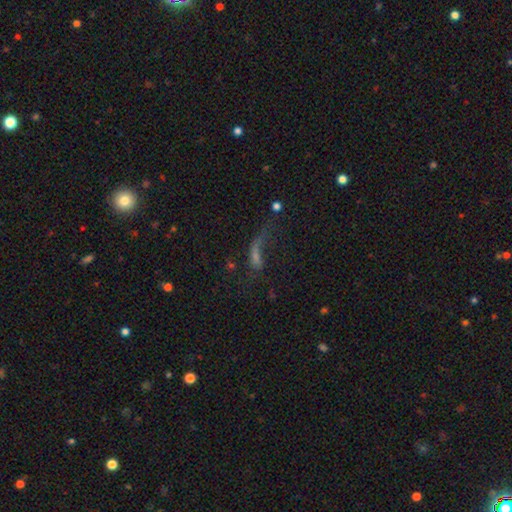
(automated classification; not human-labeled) smooth-or-featured: featured or disk: 42% | smooth: 36% | star or artifact: 22%
  merging: major disturbance: 45% | none: 31% | minor disturbance: 16% | merger: 9%